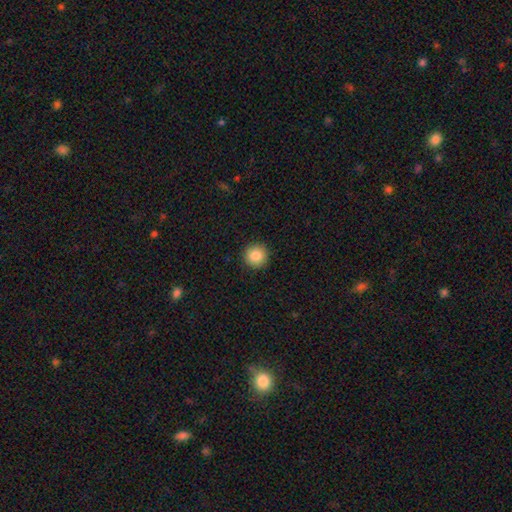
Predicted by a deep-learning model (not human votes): smooth_or_featured: smooth (p=0.85) [alt: star or artifact p=0.09]
how_rounded: round (p=0.95) [alt: in between p=0.04]
merging: none (p=0.92) [alt: minor disturbance p=0.05]